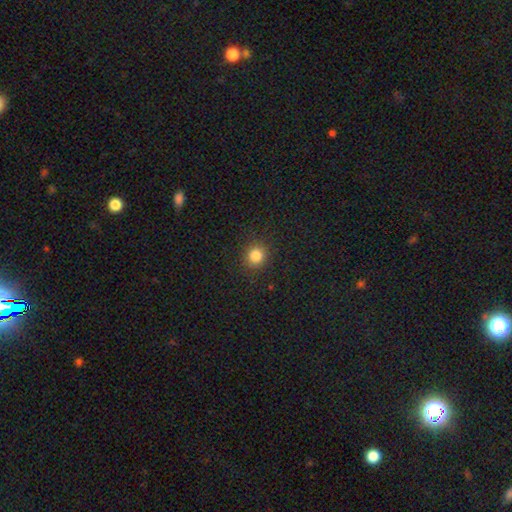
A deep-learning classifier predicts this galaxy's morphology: smooth-or-featured: smooth: 83% | star or artifact: 13% | featured or disk: 4%
  how-rounded: round: 89% | in between: 10% | cigar-shaped: 1%
  merging: none: 91% | minor disturbance: 6% | major disturbance: 2% | merger: 1%